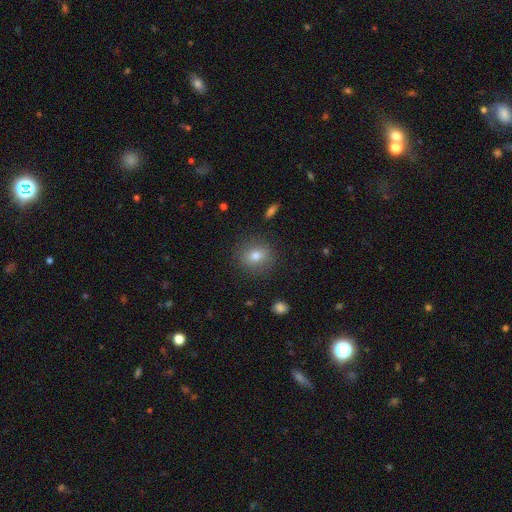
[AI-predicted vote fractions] This is likely a smooth galaxy (75%). How rounded: likely round (70%). Merging: clearly none (87%).